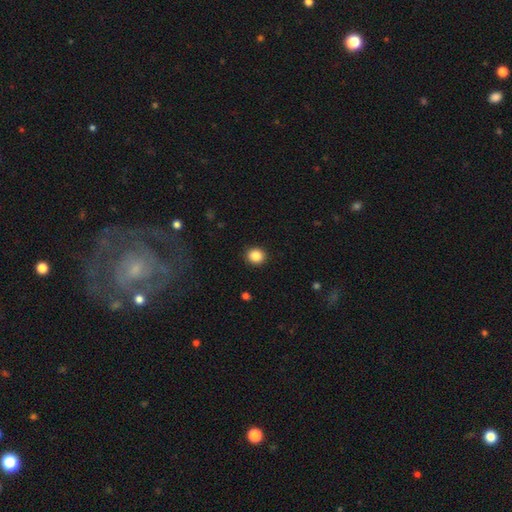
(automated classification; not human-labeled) Smooth or featured? smooth (86%)
How rounded? round (85%)
Merging? none (92%)